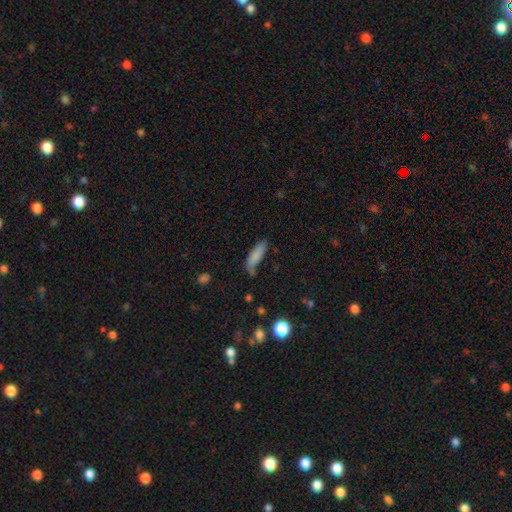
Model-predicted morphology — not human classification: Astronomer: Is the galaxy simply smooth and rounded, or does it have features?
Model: smooth — 84%.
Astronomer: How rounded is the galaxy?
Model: in between — 51% (runner-up: cigar-shaped, 47%).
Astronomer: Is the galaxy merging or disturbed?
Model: none — 62%.